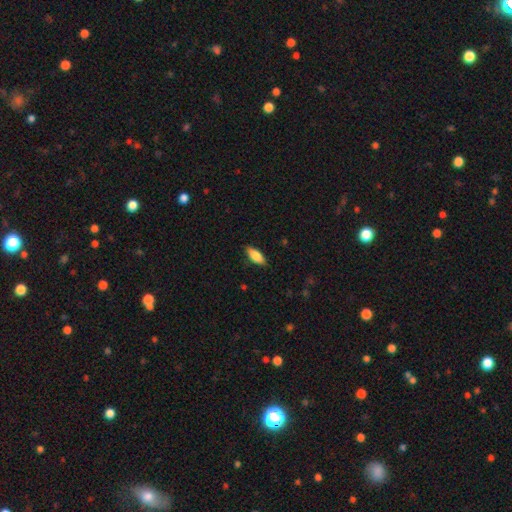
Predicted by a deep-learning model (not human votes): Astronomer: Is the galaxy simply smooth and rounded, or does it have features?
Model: smooth — 82%.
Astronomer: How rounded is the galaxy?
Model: in between — 77%.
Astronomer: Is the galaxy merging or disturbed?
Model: none — 87%.